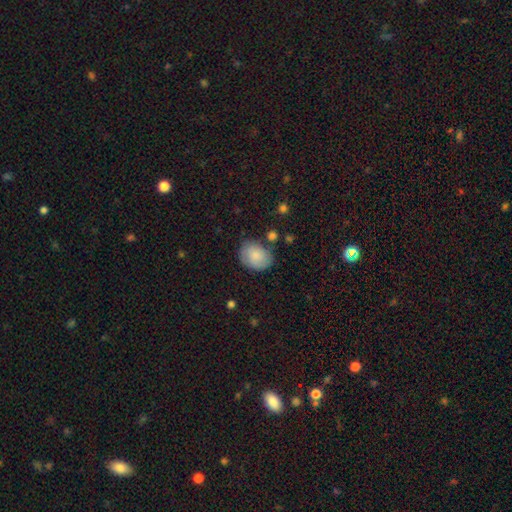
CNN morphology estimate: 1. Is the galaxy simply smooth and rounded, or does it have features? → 81% smooth, 12% featured or disk, 7% star or artifact.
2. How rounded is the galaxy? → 63% in between, 36% round, 1% cigar-shaped.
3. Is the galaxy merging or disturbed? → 69% none, 21% minor disturbance, 6% major disturbance, 4% merger.